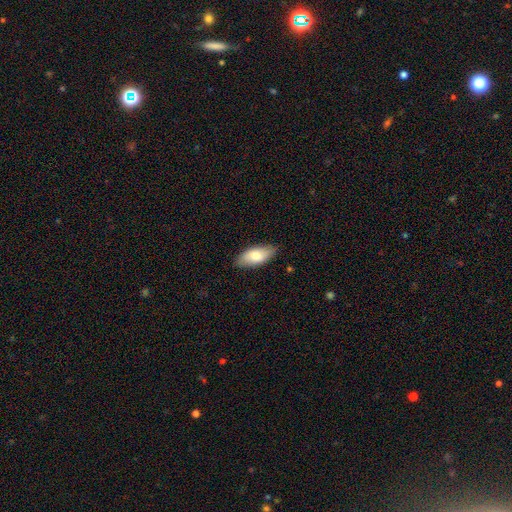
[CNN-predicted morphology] Q: Smooth or featured?
A: smooth (78%); runner-up: featured or disk (16%)
Q: How rounded?
A: in between (88%); runner-up: cigar-shaped (10%)
Q: Merging?
A: none (85%); runner-up: minor disturbance (12%)